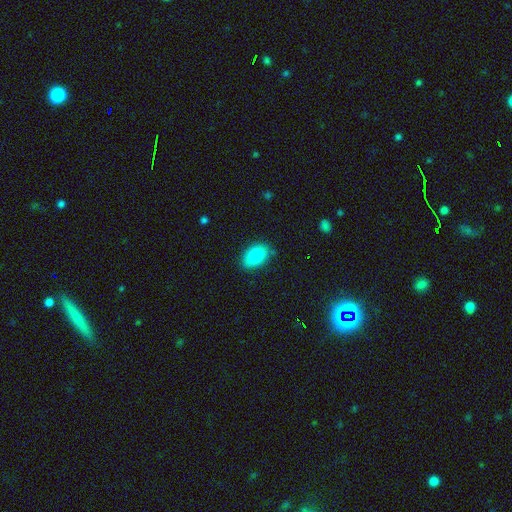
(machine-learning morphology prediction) smooth 85%, featured or disk 7%, star or artifact 7%. Down the decision tree: how rounded — in between (91%); merging — none (84%).